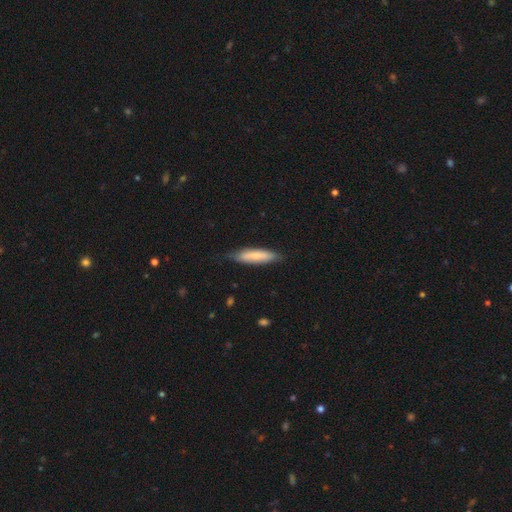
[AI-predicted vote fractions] Morphology: type=smooth (72%); roundness=cigar-shaped (71%); merging=none (75%).